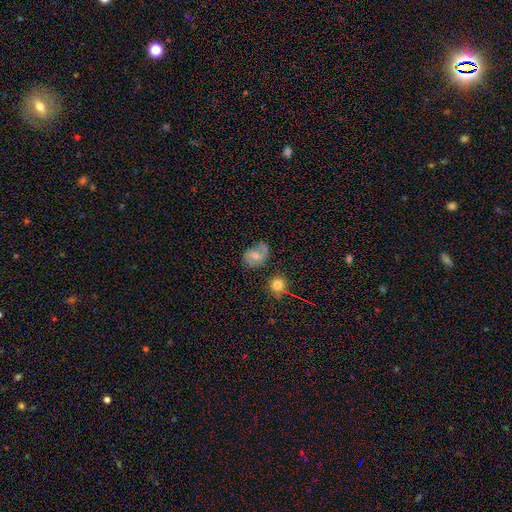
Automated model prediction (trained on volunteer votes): Smooth or featured: featured or disk — 51% (smooth — 39%)
Edge-on disk: no — 97% (yes — 3%)
Merging: none — 56% (minor disturbance — 25%)